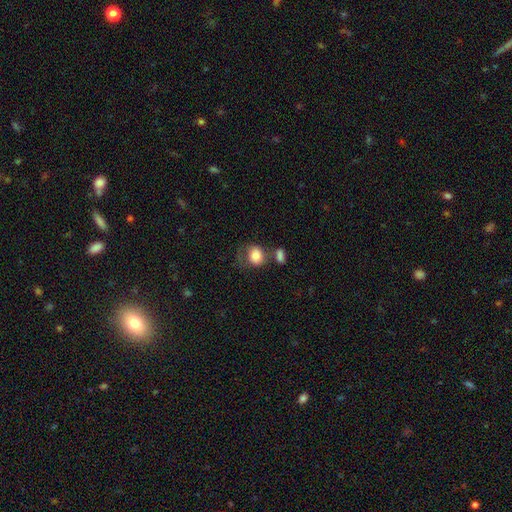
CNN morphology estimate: Smooth or featured? Predicted: smooth (p=0.80). How rounded? Predicted: round (p=0.61). Merging? Predicted: none (p=0.39).